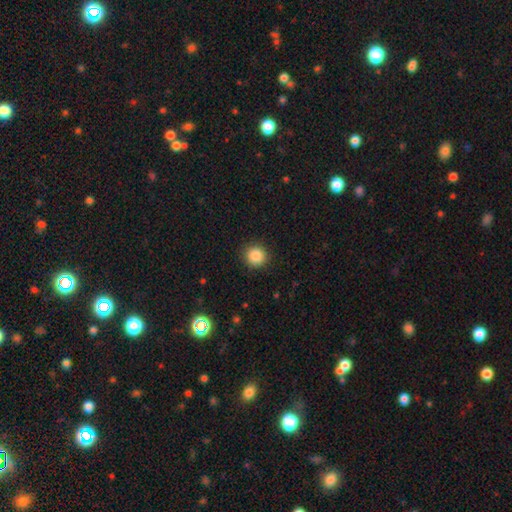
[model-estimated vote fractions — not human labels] This appears to be a smooth galaxy with no disk features (86%) that is round (93%). Merging: none (91%).